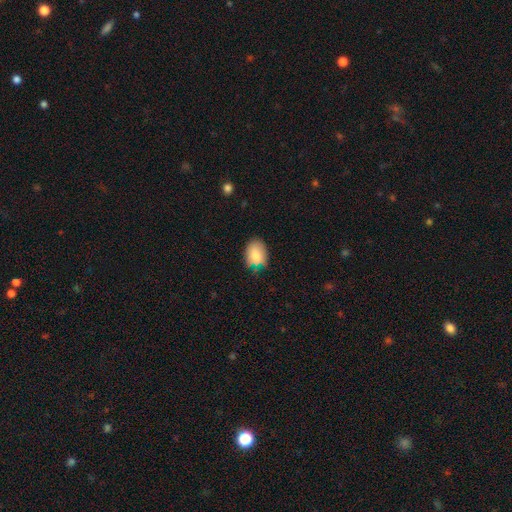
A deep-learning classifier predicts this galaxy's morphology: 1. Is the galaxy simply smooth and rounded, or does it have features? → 83% smooth, 9% featured or disk, 8% star or artifact.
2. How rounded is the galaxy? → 70% in between, 28% round, 1% cigar-shaped.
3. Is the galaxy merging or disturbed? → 67% none, 25% minor disturbance, 4% major disturbance, 3% merger.